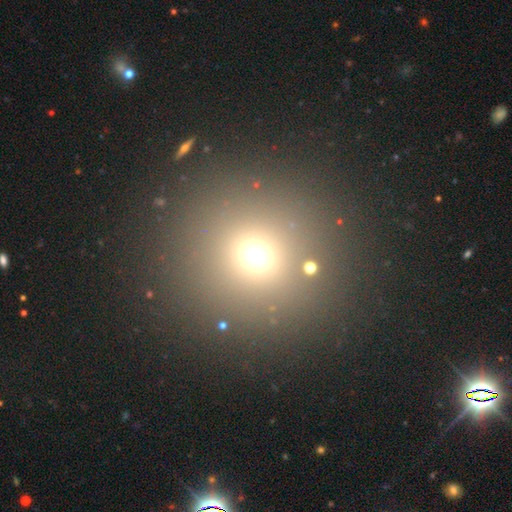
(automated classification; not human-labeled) smooth_or_featured: smooth (p=0.65) [alt: star or artifact p=0.27]
how_rounded: round (p=0.92) [alt: in between p=0.07]
merging: none (p=0.86) [alt: minor disturbance p=0.06]